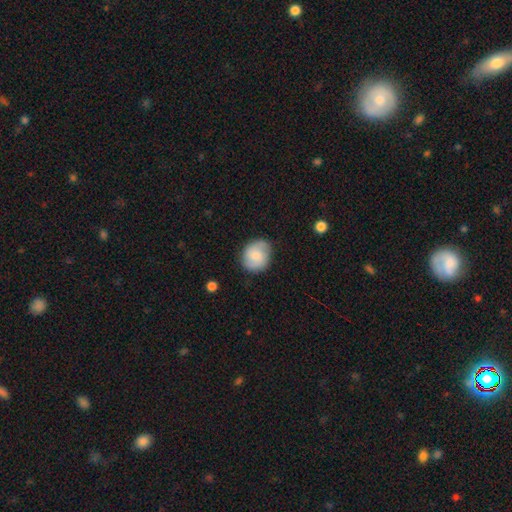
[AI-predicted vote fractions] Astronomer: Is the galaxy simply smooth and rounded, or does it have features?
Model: smooth — 51% (runner-up: featured or disk, 42%).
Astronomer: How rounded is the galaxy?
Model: round — 72%.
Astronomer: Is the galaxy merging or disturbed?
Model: none — 80%.